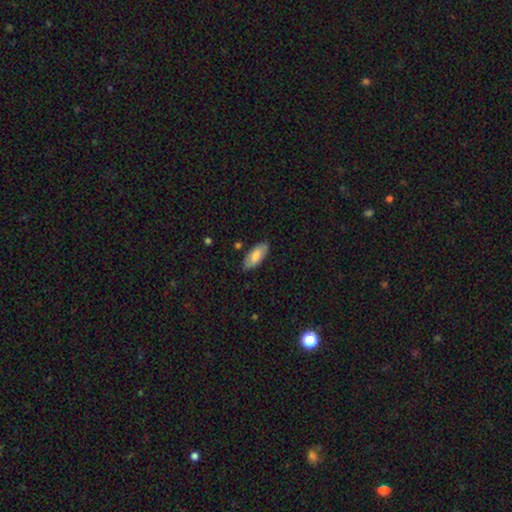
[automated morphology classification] Smooth or featured? Predicted: smooth (p=0.75). How rounded? Predicted: in between (p=0.88). Merging? Predicted: none (p=0.81).